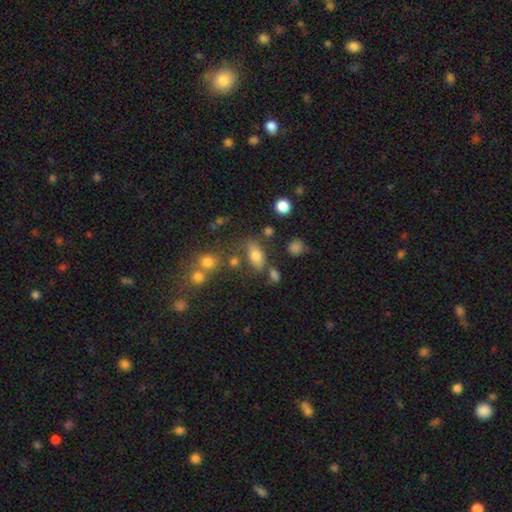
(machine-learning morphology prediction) Smooth or featured?
  - smooth: 73% *
  - featured or disk: 15%
  - star or artifact: 12%
How rounded?
  - in between: 82% *
  - round: 12%
  - cigar-shaped: 6%
Merging?
  - none: 59% *
  - minor disturbance: 18%
  - merger: 15%
  - major disturbance: 8%